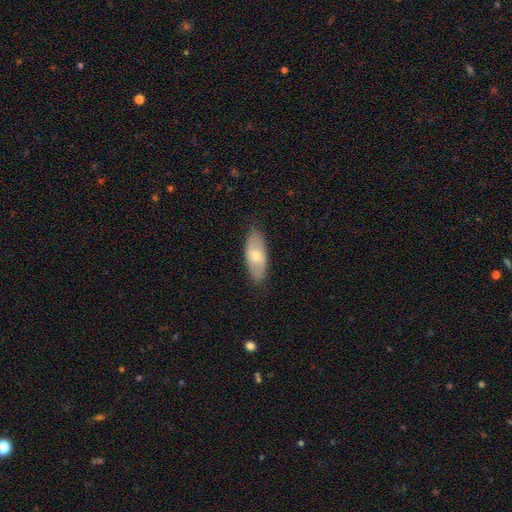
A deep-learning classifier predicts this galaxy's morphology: This appears to be a smooth galaxy with no disk features (61%) that is in between round and cigar-shaped (85%). Merging: none (84%).